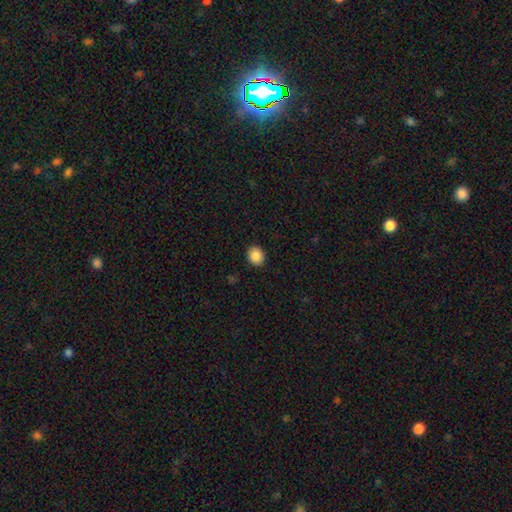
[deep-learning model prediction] The model was most divided on "how rounded": round: 62%, in between: 37%, cigar-shaped: 1%. More confident: merging — none (90%); smooth or featured — smooth (88%).